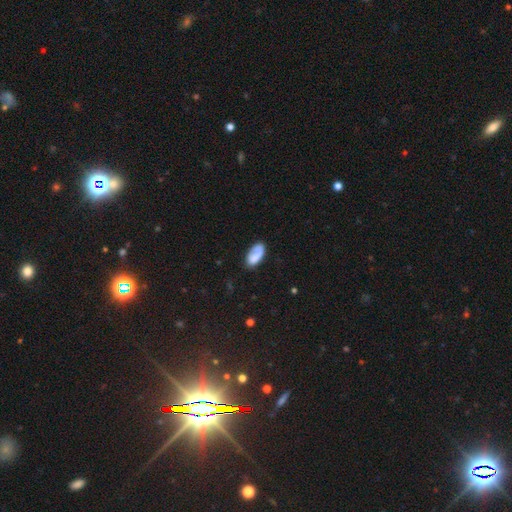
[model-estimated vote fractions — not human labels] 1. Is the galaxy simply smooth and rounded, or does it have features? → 71% smooth, 22% featured or disk, 8% star or artifact.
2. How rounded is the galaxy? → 91% in between, 5% cigar-shaped, 3% round.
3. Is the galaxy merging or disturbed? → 63% none, 23% minor disturbance, 10% major disturbance, 4% merger.